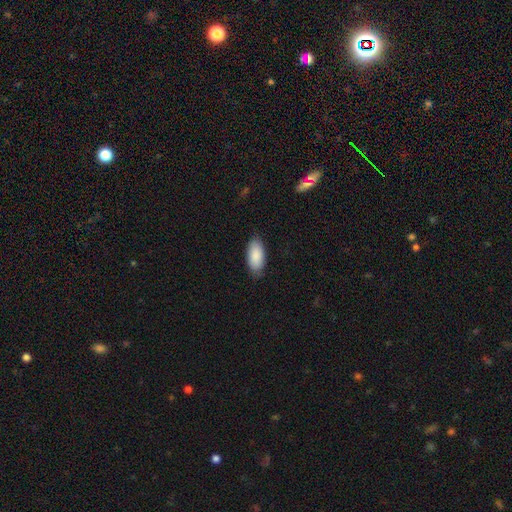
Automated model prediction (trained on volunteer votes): Morphology: type=smooth (89%); roundness=in between (93%); merging=none (82%).